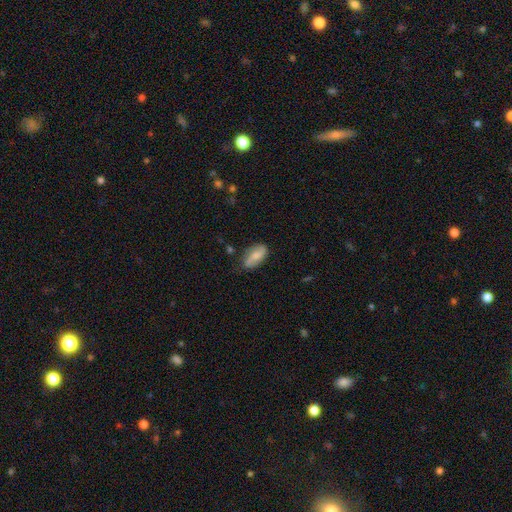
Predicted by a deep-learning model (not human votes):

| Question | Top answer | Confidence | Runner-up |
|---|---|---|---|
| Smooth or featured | smooth | 60% | featured or disk (32%) |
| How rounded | in between | 90% | cigar-shaped (6%) |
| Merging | none | 65% | minor disturbance (27%) |